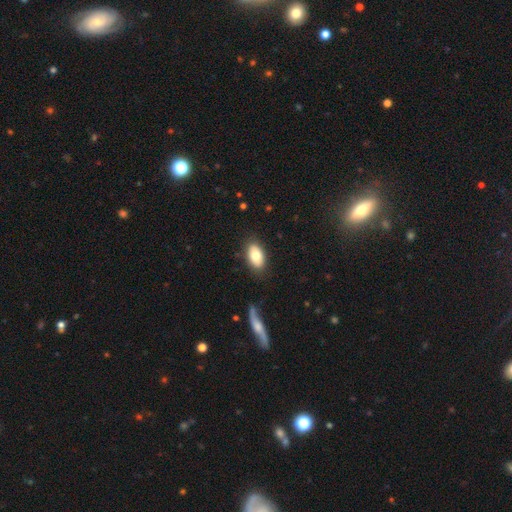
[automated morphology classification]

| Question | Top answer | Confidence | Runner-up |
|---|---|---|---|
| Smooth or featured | smooth | 76% | featured or disk (17%) |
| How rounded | in between | 92% | round (6%) |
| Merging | none | 84% | minor disturbance (11%) |